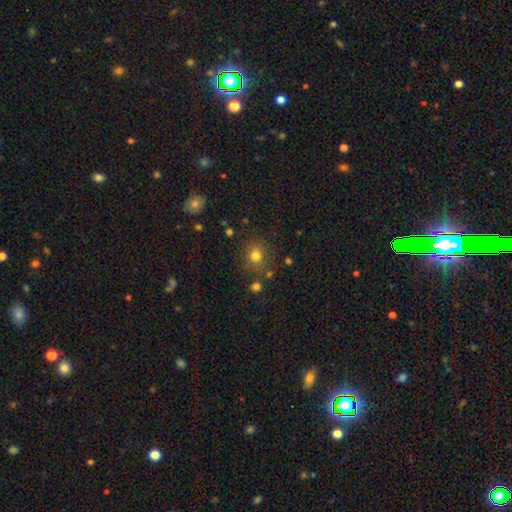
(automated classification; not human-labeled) This is likely a smooth galaxy (77%). How rounded: clearly round (84%). Merging: likely none (79%).